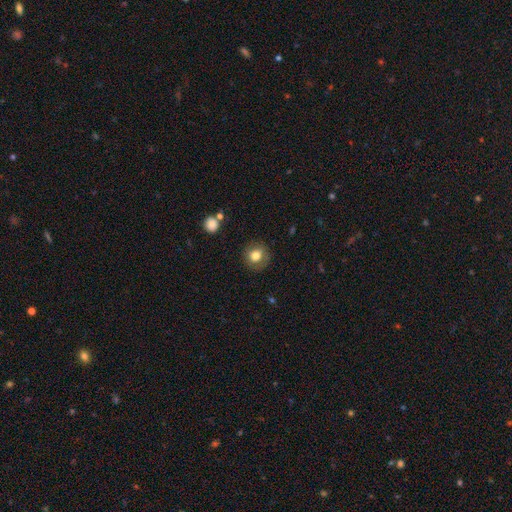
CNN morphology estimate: smooth 79%, featured or disk 11%, star or artifact 10%. Down the decision tree: how rounded — round (85%); merging — none (85%).